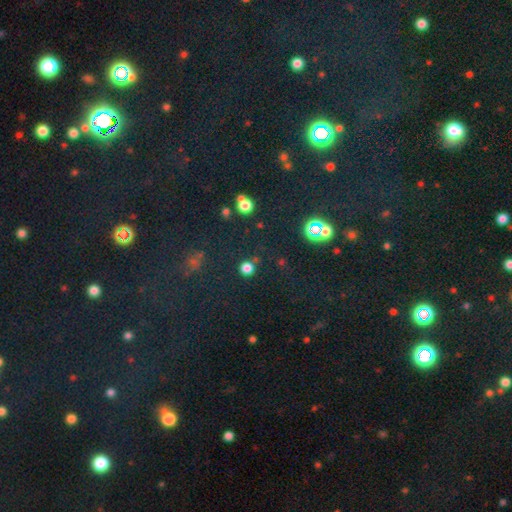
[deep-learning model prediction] Smooth or featured? star or artifact (71%)